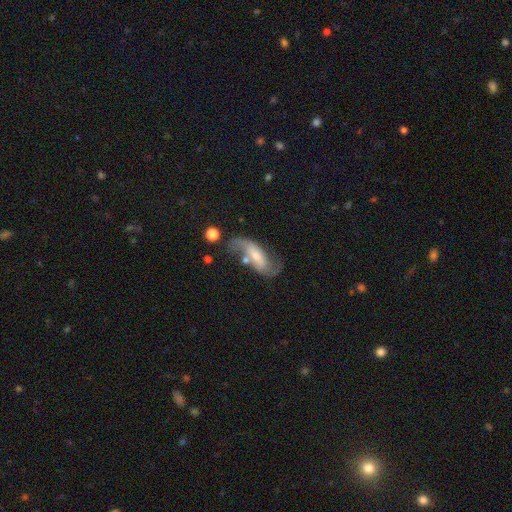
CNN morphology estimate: Smooth or featured? featured or disk (73%)
Edge-on disk? no (92%)
Bar? weak (37%)
Spiral arms? yes (90%)
Spiral winding? loose (69%)
Spiral arm count? 2 (87%)
Bulge size? small (48%)
Merging? none (50%)